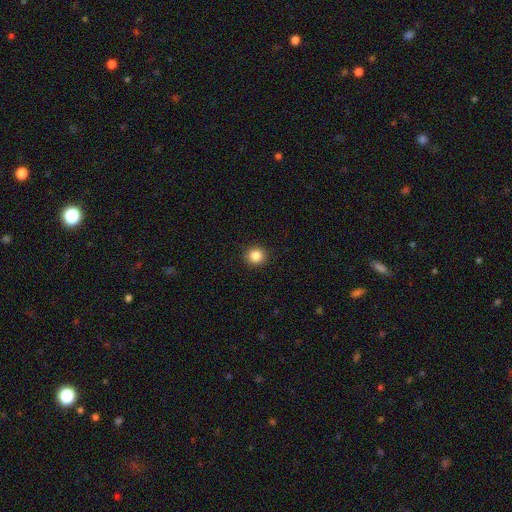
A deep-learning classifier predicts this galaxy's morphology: Smooth or featured: smooth — 85% (star or artifact — 11%)
How rounded: round — 92% (in between — 7%)
Merging: none — 93% (minor disturbance — 5%)